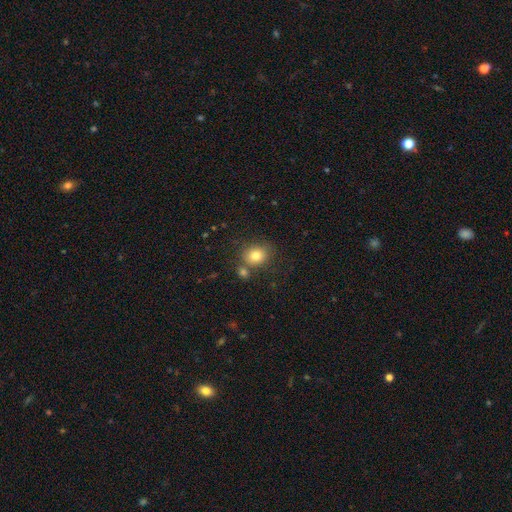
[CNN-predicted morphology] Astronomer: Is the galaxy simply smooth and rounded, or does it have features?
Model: smooth — 80%.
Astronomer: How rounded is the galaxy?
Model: round — 66%.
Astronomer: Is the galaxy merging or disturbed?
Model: none — 68%.